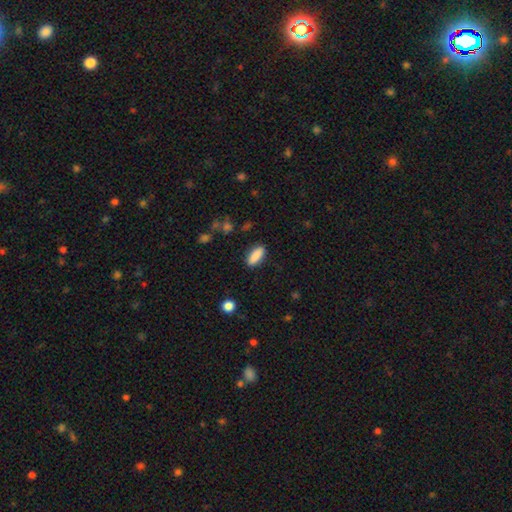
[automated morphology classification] type=smooth (87%); roundness=in between (73%); merging=none (87%).